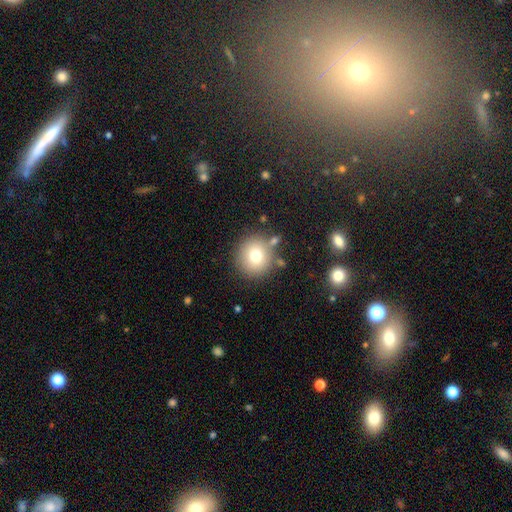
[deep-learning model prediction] A smooth galaxy with no disk features (74%) that is round (92%). Merging: none (79%).